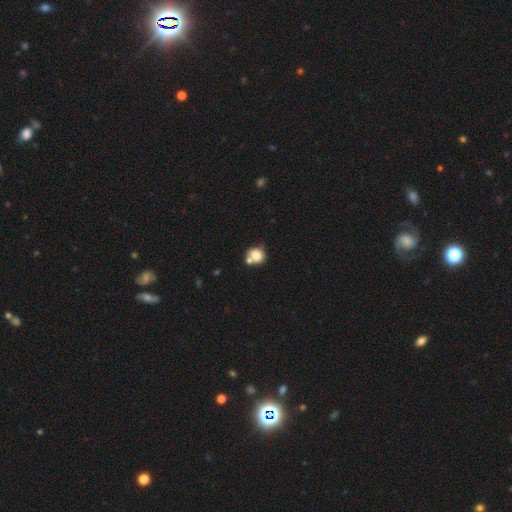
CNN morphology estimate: Overall: smooth (78%). How rounded: round (70%). Merging: none (46%; merger 35%).